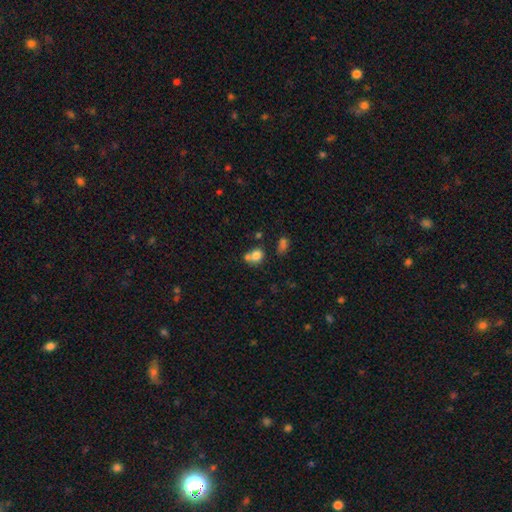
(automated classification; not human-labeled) This appears to be a smooth galaxy with no disk features (78%) that is round (62%). Merging: merger (43%).